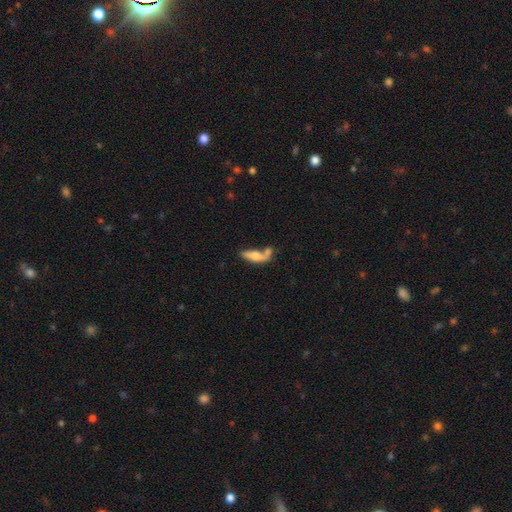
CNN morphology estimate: This is likely a smooth galaxy (61%). How rounded: possibly in between (50%). Merging: marginally merger (38%).